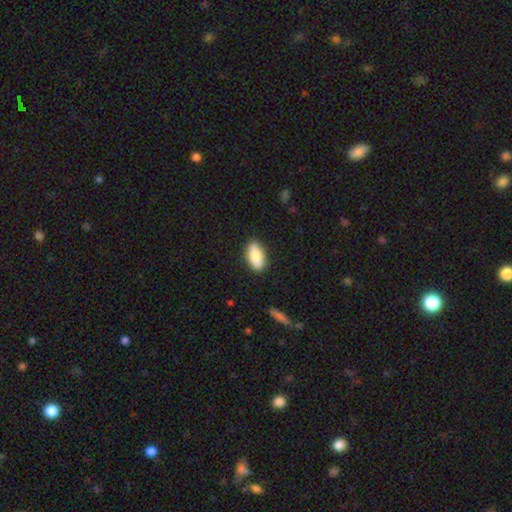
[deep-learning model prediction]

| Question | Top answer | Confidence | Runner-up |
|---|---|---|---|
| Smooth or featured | smooth | 84% | featured or disk (10%) |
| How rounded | in between | 88% | cigar-shaped (9%) |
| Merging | none | 87% | minor disturbance (10%) |